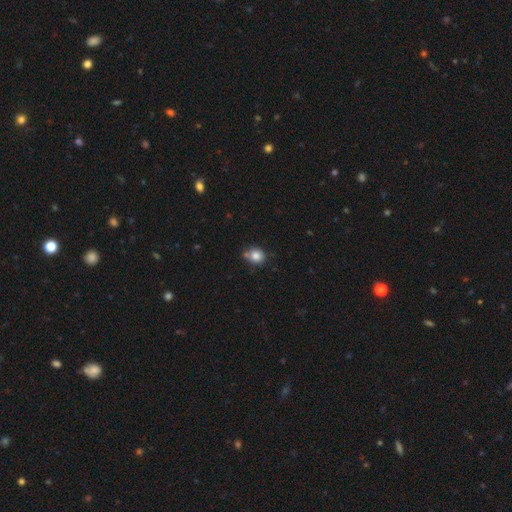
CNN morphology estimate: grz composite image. It shows a smooth galaxy with no disk features (82%) that is round (73%). Merging: none (62%).